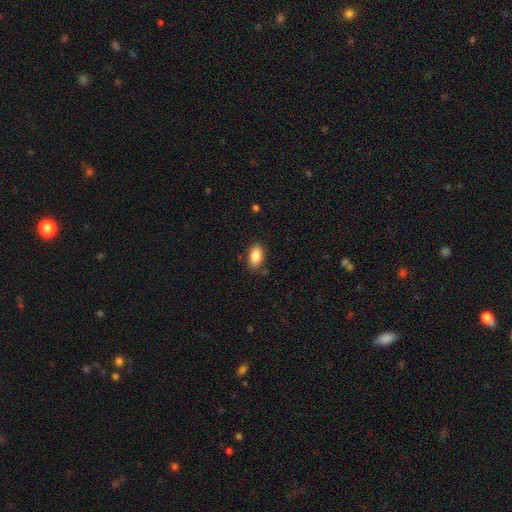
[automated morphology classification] smooth 87%, star or artifact 7%, featured or disk 6%. Down the decision tree: how rounded — in between (92%); merging — none (85%).